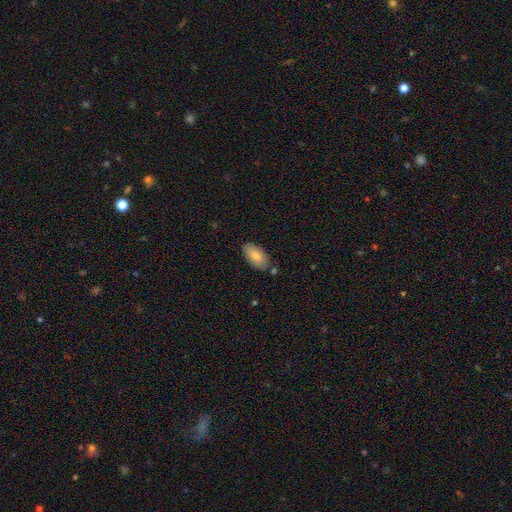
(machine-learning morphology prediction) Smooth or featured? smooth (82%)
How rounded? in between (94%)
Merging? none (80%)